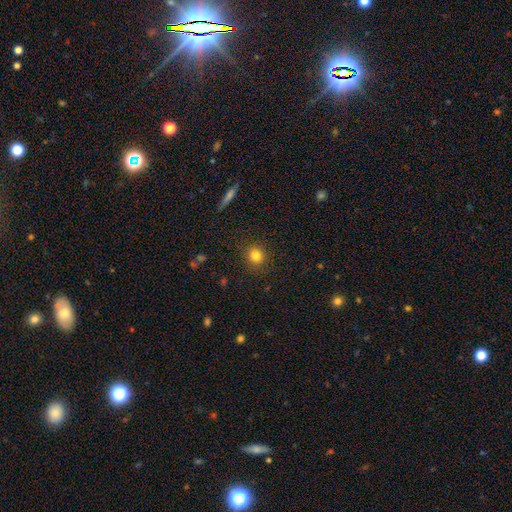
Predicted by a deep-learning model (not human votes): smooth_or_featured: smooth (p=0.82) [alt: star or artifact p=0.12]
how_rounded: round (p=0.88) [alt: in between p=0.11]
merging: none (p=0.89) [alt: minor disturbance p=0.07]